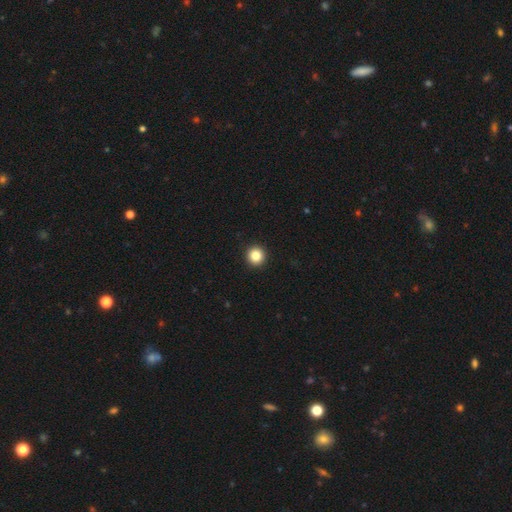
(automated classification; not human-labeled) Smooth or featured? Predicted: smooth (p=0.85). How rounded? Predicted: round (p=0.96). Merging? Predicted: none (p=0.94).